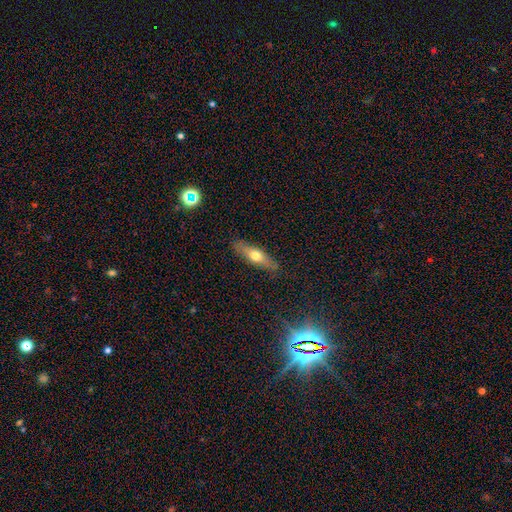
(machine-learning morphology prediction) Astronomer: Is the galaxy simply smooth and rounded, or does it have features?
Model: smooth — 52% (runner-up: featured or disk, 42%).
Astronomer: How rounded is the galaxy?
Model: cigar-shaped — 63%.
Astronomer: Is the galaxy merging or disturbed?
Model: none — 87%.